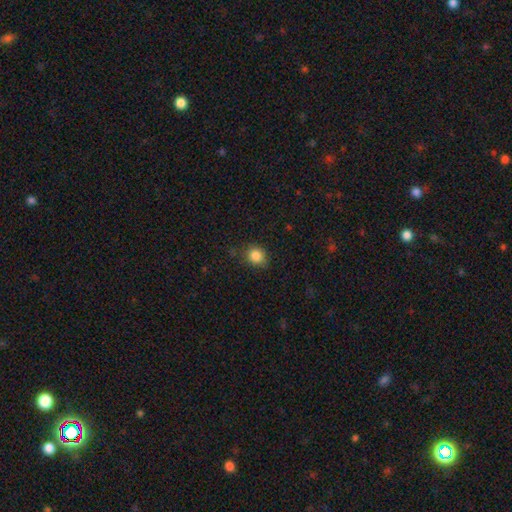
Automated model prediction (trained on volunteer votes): Overall: smooth (86%). How rounded: round (77%). Merging: none (78%).